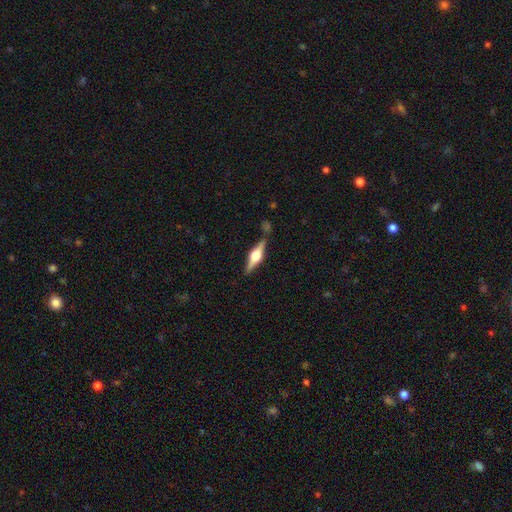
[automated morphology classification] This appears to be a featured or disk galaxy (75%) viewed edge-on (97%) with a rounded central bulge (93%). Merging: none (82%).